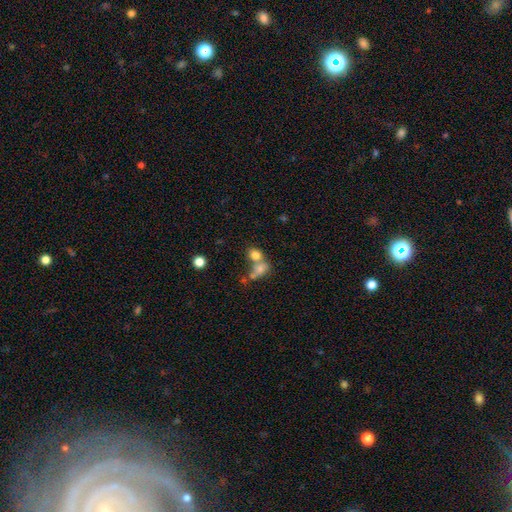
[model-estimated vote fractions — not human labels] A smooth galaxy with no disk features (73%) that is round (51%).

Vote fractions:
- Smooth or featured? smooth: 73% / featured or disk: 15% / star or artifact: 12%
- How rounded? round: 51% / in between: 47% / cigar-shaped: 2%
- Merging? merger: 57% / none: 29% / minor disturbance: 8% / major disturbance: 6%